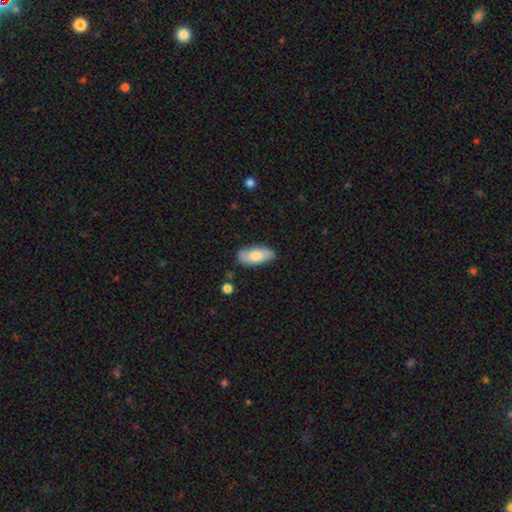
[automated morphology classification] smooth-or-featured: smooth: 74% | featured or disk: 20% | star or artifact: 6%
  how-rounded: in between: 87% | cigar-shaped: 11% | round: 3%
  merging: none: 78% | minor disturbance: 16% | major disturbance: 3% | merger: 2%